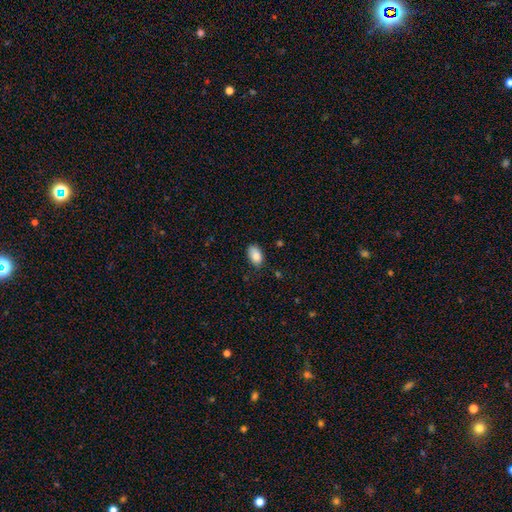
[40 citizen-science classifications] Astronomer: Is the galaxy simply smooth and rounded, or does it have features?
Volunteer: smooth — 90%.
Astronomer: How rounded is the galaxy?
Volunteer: in between — 83%.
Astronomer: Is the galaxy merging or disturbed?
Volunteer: none — 51% (runner-up: minor disturbance, 41%).